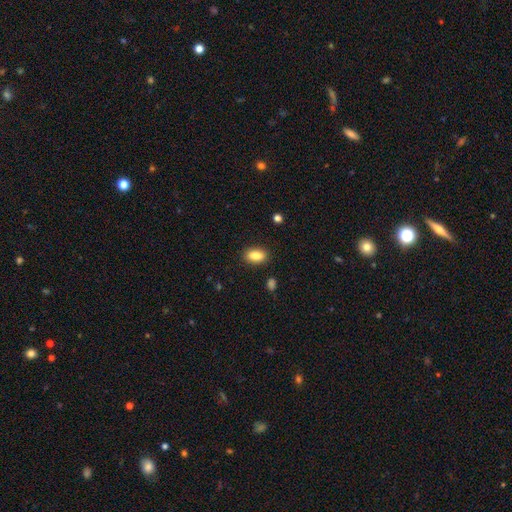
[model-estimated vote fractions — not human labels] Overall: smooth (87%). How rounded: in between (88%). Merging: none (86%).